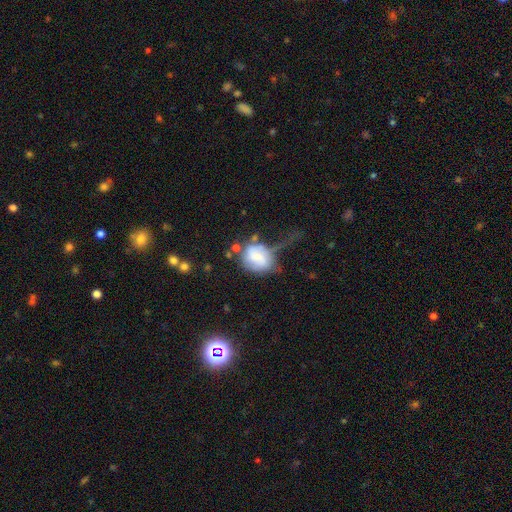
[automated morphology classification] A smooth galaxy with no disk features (49%).

Vote fractions:
- Smooth or featured? smooth: 49% / featured or disk: 42% / star or artifact: 9%
- Merging? major disturbance: 39% / minor disturbance: 24% / none: 23% / merger: 13%